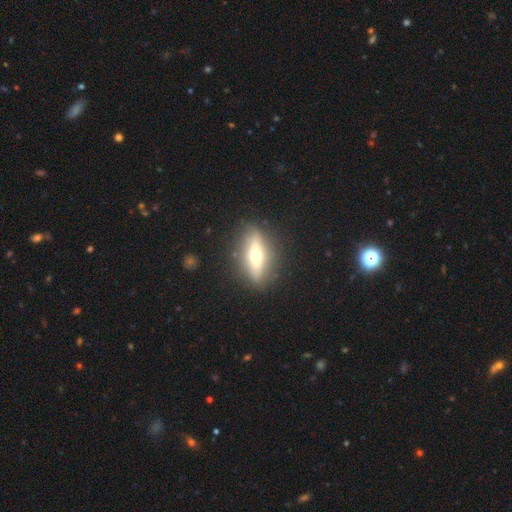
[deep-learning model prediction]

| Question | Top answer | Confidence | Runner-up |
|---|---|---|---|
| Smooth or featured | featured or disk | 57% | smooth (35%) |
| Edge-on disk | yes | 82% | no (18%) |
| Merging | none | 84% | minor disturbance (10%) |